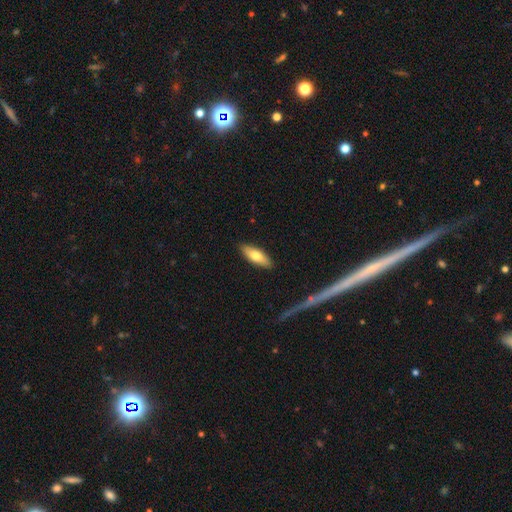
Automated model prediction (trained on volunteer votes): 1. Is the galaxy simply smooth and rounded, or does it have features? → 72% smooth, 22% featured or disk, 6% star or artifact.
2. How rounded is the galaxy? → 63% in between, 35% cigar-shaped, 2% round.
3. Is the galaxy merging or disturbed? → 88% none, 9% minor disturbance, 2% major disturbance, 1% merger.